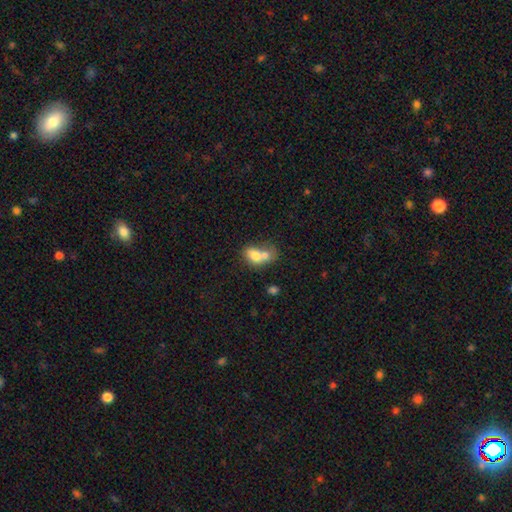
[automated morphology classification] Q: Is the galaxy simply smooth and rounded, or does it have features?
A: smooth — 71%.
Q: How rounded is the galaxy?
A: in between — 72%.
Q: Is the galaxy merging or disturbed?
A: merger — 70%.